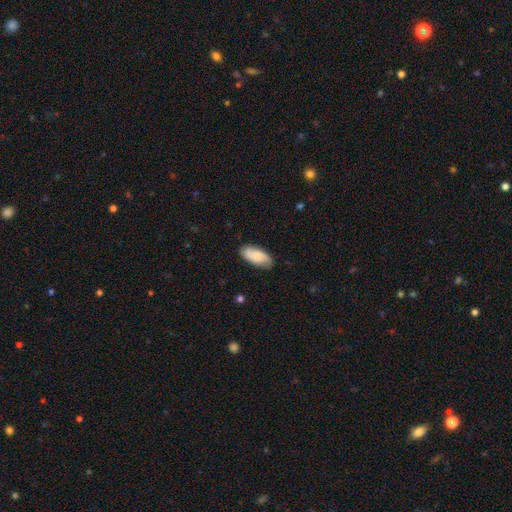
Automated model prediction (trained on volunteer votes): The model was most divided on "smooth or featured": smooth: 77%, featured or disk: 16%, star or artifact: 6%. More confident: how rounded — in between (88%); merging — none (83%).